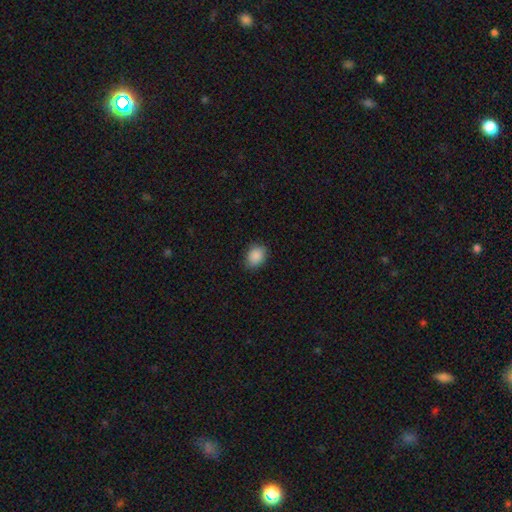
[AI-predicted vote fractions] This appears to be a smooth galaxy with no disk features (89%) that is in between round and cigar-shaped (62%). Merging: none (84%).